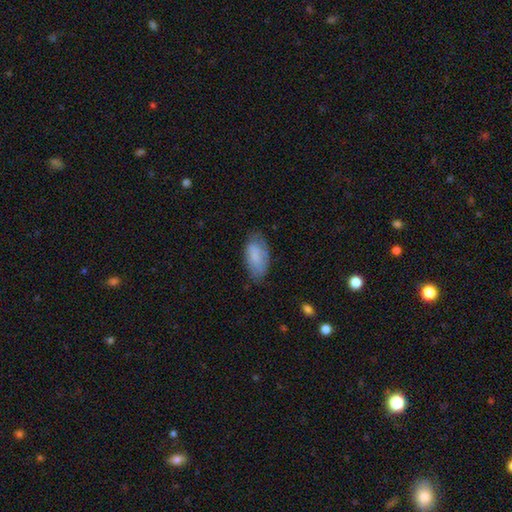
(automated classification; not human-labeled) smooth-or-featured: smooth: 79% | featured or disk: 14% | star or artifact: 7%
  how-rounded: in between: 93% | cigar-shaped: 5% | round: 3%
  merging: none: 66% | minor disturbance: 25% | major disturbance: 7% | merger: 2%